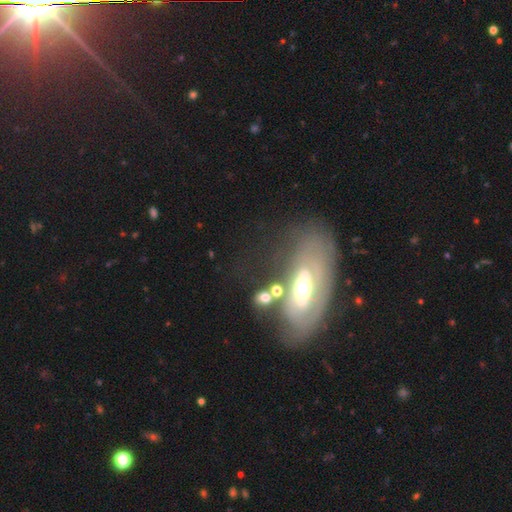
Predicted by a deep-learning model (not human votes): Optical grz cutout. It shows a featured or disk galaxy (53%). Merging: none (62%).